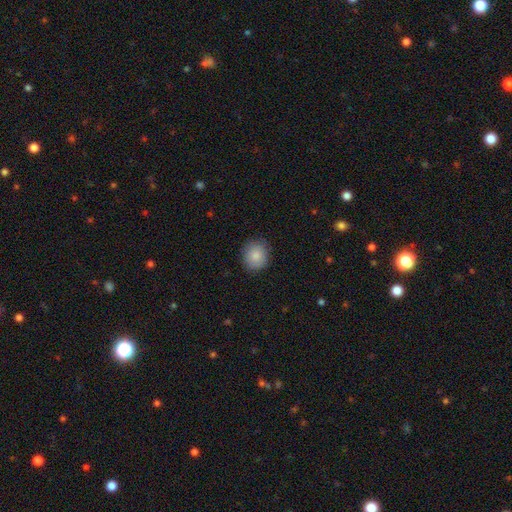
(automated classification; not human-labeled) Morphology: type=smooth (85%); roundness=round (81%); merging=none (84%).